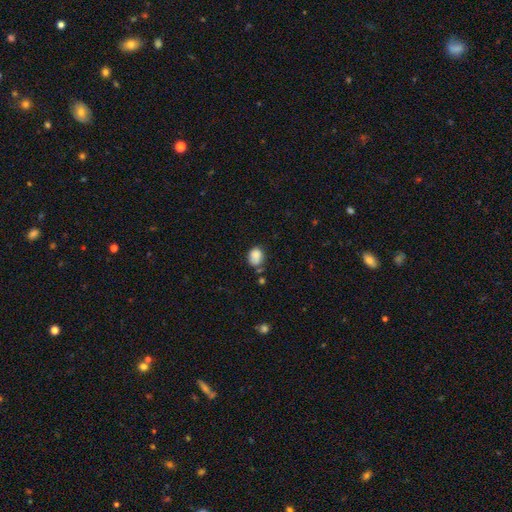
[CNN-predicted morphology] This appears to be a smooth galaxy with no disk features (85%) that is in between round and cigar-shaped (52%). Merging: none (58%).